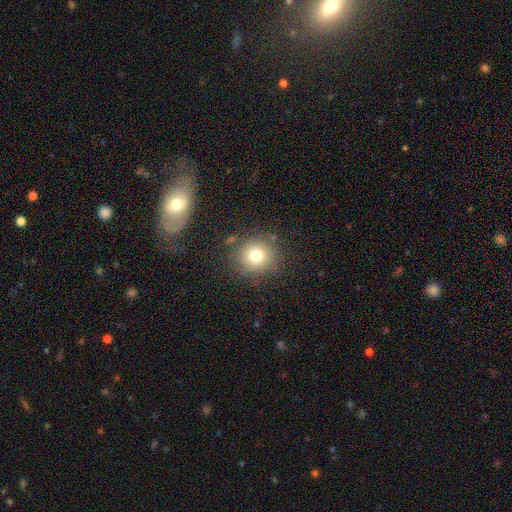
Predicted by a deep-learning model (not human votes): This appears to be a smooth galaxy with no disk features (76%) that is round (89%). Merging: none (82%).